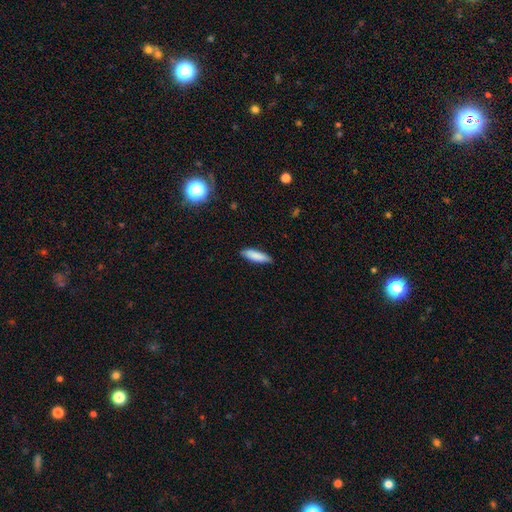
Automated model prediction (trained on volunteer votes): Smooth or featured: smooth — 86% (featured or disk — 8%)
How rounded: cigar-shaped — 60% (in between — 38%)
Merging: none — 87% (minor disturbance — 11%)